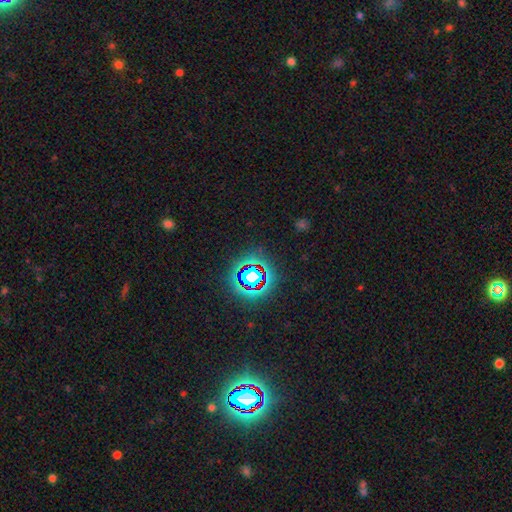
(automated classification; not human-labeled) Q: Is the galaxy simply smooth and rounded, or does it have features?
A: star or artifact — 77%.